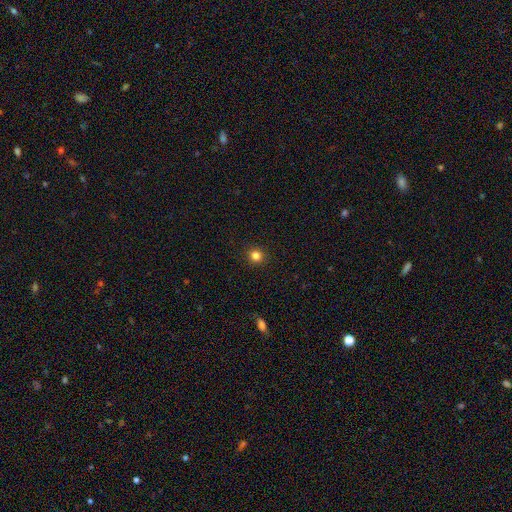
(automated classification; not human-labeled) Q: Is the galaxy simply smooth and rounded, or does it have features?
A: smooth — 83%.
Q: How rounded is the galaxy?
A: round — 93%.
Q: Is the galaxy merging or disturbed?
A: none — 92%.